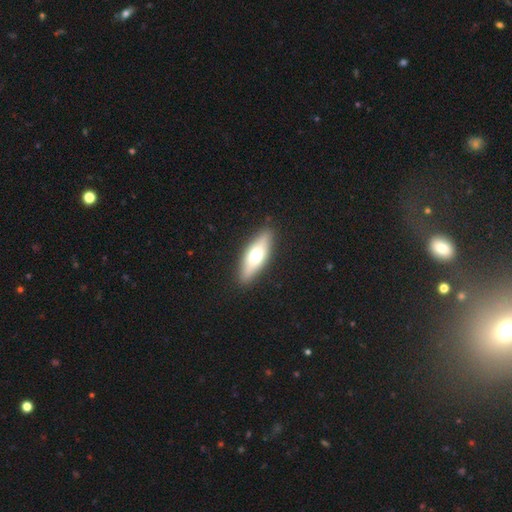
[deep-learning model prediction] Q: Smooth or featured?
A: smooth (55%); runner-up: featured or disk (39%)
Q: How rounded?
A: in between (52%); runner-up: cigar-shaped (45%)
Q: Merging?
A: none (89%); runner-up: minor disturbance (8%)